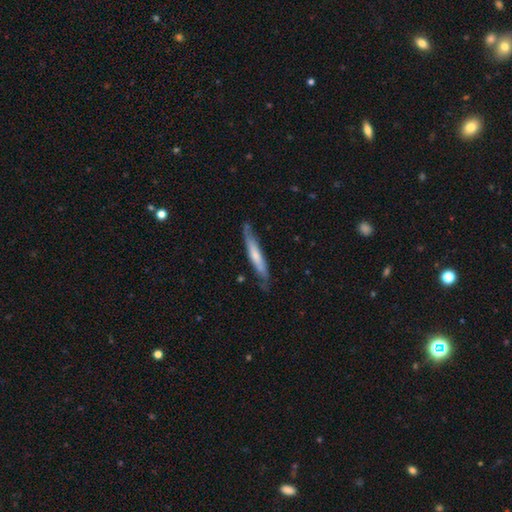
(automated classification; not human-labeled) Smooth or featured? smooth (50%)
Merging? none (70%)